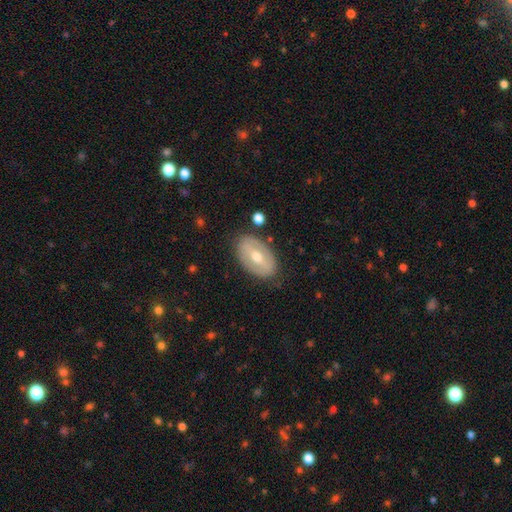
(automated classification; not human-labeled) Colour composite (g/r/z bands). It shows a featured or disk galaxy (56%) with a weak bar (37%), no spiral arms (73%) and a moderate central bulge (64%). Merging: none (81%).